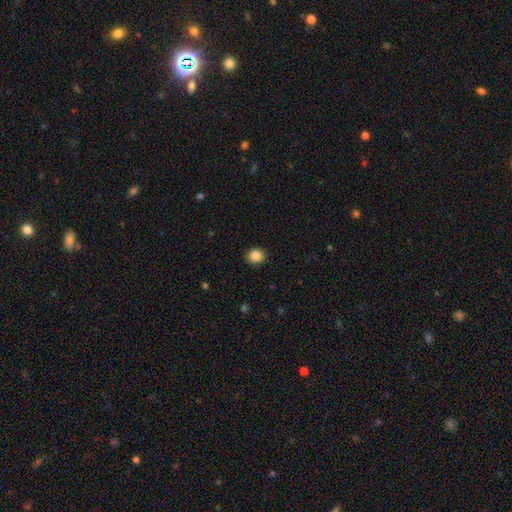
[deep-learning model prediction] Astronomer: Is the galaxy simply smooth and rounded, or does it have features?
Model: smooth — 85%.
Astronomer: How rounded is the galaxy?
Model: round — 80%.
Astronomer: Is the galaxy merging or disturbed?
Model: none — 91%.